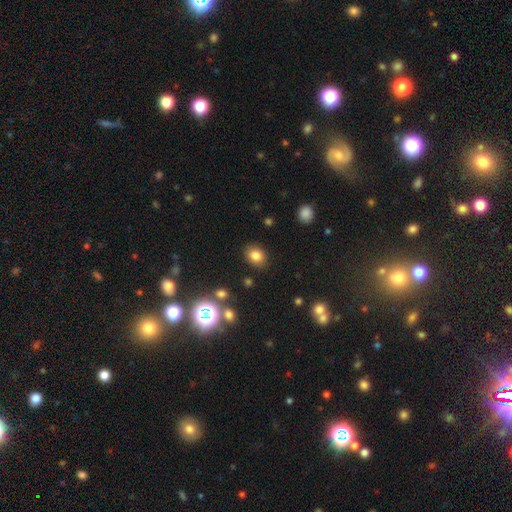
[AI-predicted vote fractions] smooth_or_featured: smooth (p=0.80) [alt: star or artifact p=0.13]
how_rounded: in between (p=0.53) [alt: round p=0.46]
merging: none (p=0.85) [alt: minor disturbance p=0.09]